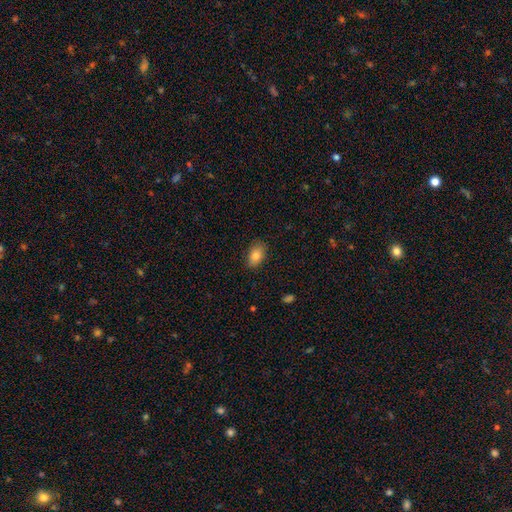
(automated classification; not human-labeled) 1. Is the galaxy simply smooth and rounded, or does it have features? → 84% smooth, 8% featured or disk, 8% star or artifact.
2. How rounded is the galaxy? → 88% in between, 10% round, 2% cigar-shaped.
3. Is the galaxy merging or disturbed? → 81% none, 15% minor disturbance, 3% major disturbance, 1% merger.